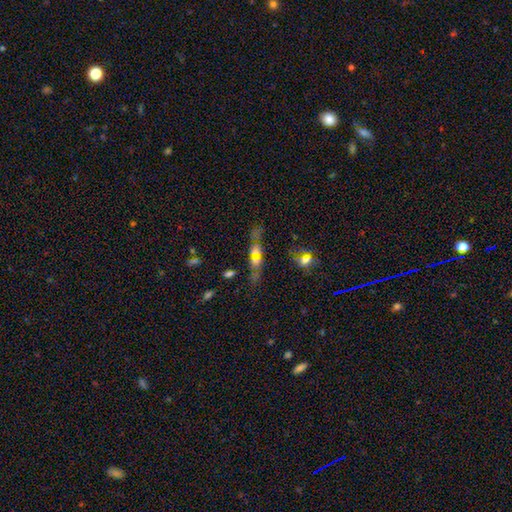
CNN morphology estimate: smooth 51%, featured or disk 30%, star or artifact 19%. Down the decision tree: how rounded — cigar-shaped (48%); merging — none (45%).